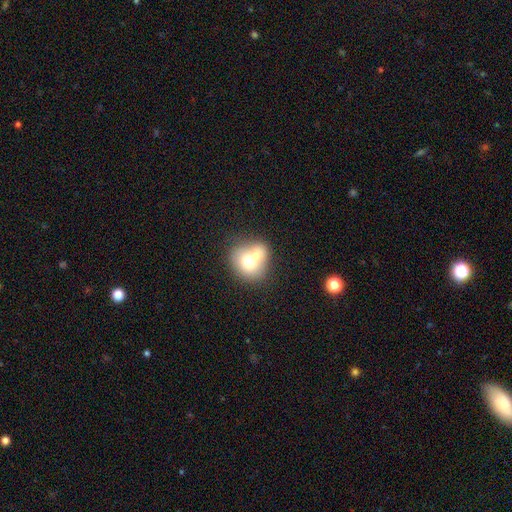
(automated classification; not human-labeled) This appears to be a smooth galaxy with no disk features (67%) that is round (67%). Merging: merger (67%).